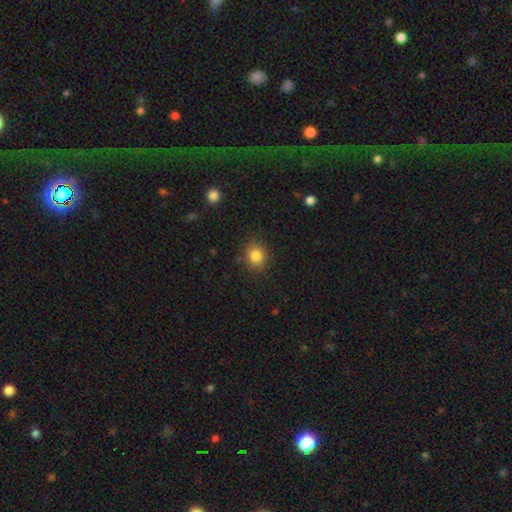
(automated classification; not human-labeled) smooth_or_featured: smooth (p=0.83) [alt: star or artifact p=0.11]
how_rounded: round (p=0.72) [alt: in between p=0.27]
merging: none (p=0.86) [alt: minor disturbance p=0.10]